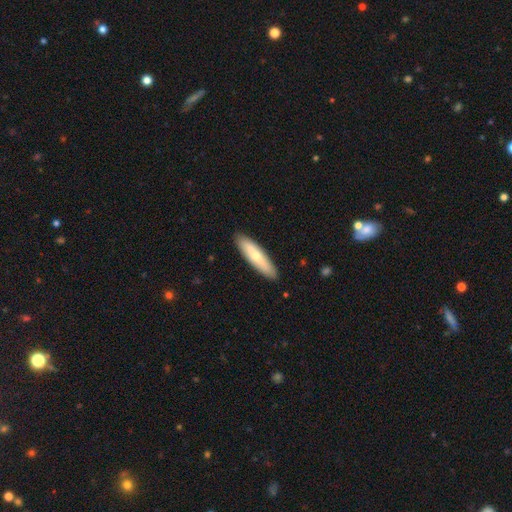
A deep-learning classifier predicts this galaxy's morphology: Smooth or featured?
  - smooth: 63% *
  - featured or disk: 32%
  - star or artifact: 5%
How rounded?
  - cigar-shaped: 75% *
  - in between: 24%
  - round: 2%
Merging?
  - none: 90% *
  - minor disturbance: 8%
  - major disturbance: 1%
  - merger: 1%